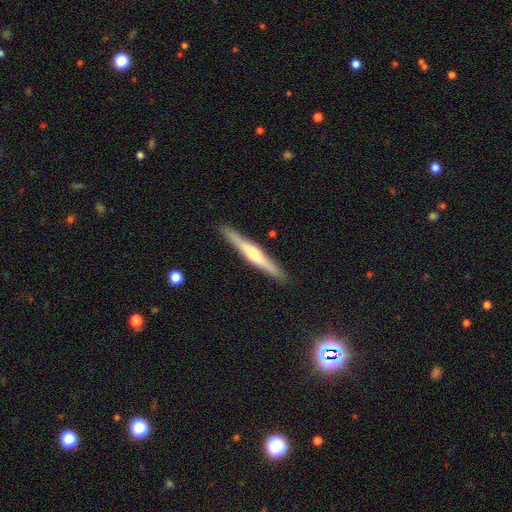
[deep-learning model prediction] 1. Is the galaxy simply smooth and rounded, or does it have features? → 68% featured or disk, 26% smooth, 6% star or artifact.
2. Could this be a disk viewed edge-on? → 97% yes, 3% no.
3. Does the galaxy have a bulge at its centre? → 73% rounded, 15% boxy, 12% none.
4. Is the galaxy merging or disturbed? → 91% none, 7% minor disturbance, 1% major disturbance, 1% merger.